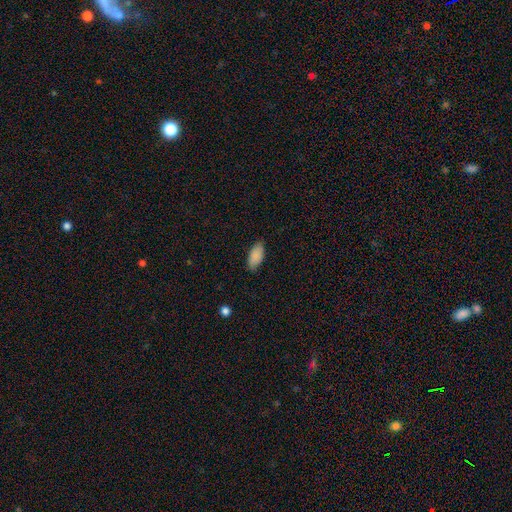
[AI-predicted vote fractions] smooth-or-featured: smooth: 89% | star or artifact: 6% | featured or disk: 5%
  how-rounded: in between: 90% | cigar-shaped: 8% | round: 2%
  merging: none: 84% | minor disturbance: 13% | major disturbance: 2% | merger: 1%